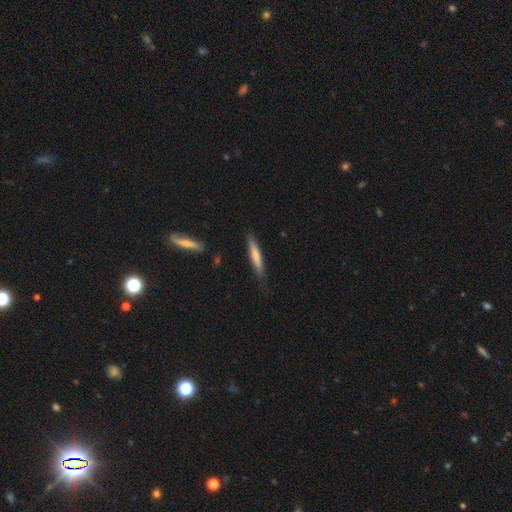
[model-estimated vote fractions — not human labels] Smooth or featured?
  - smooth: 67% *
  - featured or disk: 28%
  - star or artifact: 5%
How rounded?
  - cigar-shaped: 91% *
  - in between: 8%
  - round: 1%
Merging?
  - none: 81% *
  - minor disturbance: 15%
  - major disturbance: 3%
  - merger: 2%